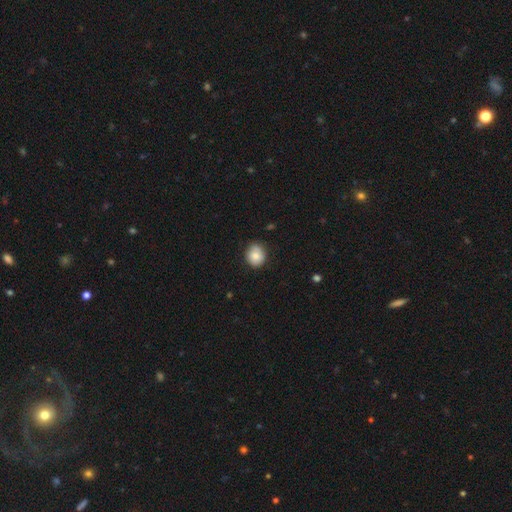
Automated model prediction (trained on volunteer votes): smooth-or-featured: smooth: 80% | featured or disk: 11% | star or artifact: 8%
  how-rounded: round: 75% | in between: 24% | cigar-shaped: 1%
  merging: none: 77% | minor disturbance: 18% | major disturbance: 3% | merger: 1%